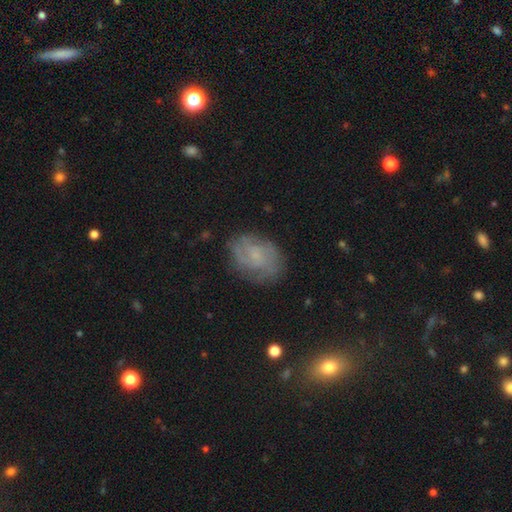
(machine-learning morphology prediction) Q: Smooth or featured?
A: featured or disk (59%); runner-up: smooth (31%)
Q: Edge-on disk?
A: no (97%); runner-up: yes (3%)
Q: Bar?
A: no (64%); runner-up: weak (31%)
Q: Spiral arms?
A: yes (84%); runner-up: no (16%)
Q: Bulge size?
A: small (40%); runner-up: none (37%)
Q: Merging?
A: none (72%); runner-up: minor disturbance (18%)